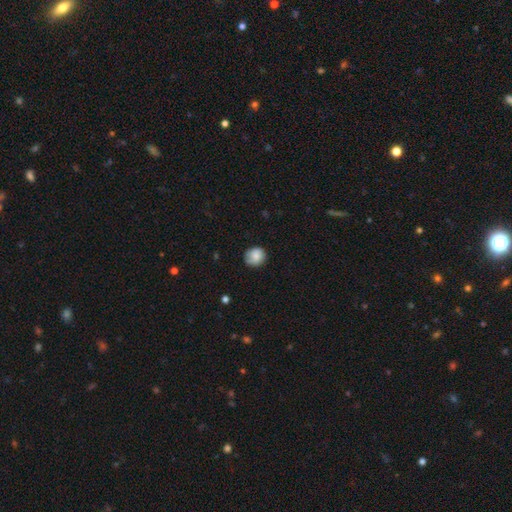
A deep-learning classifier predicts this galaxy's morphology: type=smooth (79%); roundness=round (81%); merging=none (75%).